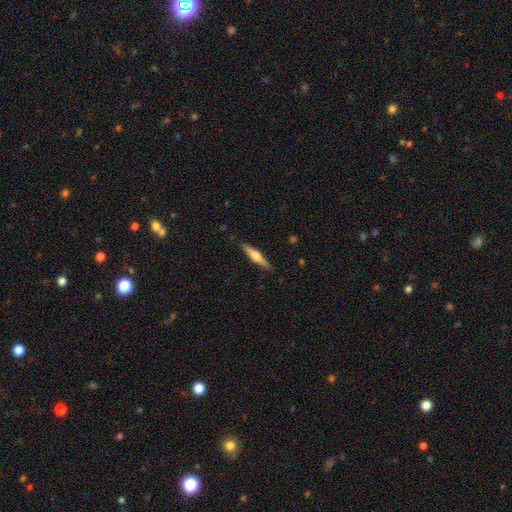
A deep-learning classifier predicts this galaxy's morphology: smooth-or-featured: featured or disk: 59% | smooth: 35% | star or artifact: 6%
  disk-edge-on: yes: 97% | no: 3%
    edge-on-bulge: rounded: 85% | boxy: 11% | none: 4%
  merging: none: 88% | minor disturbance: 9% | major disturbance: 2% | merger: 1%